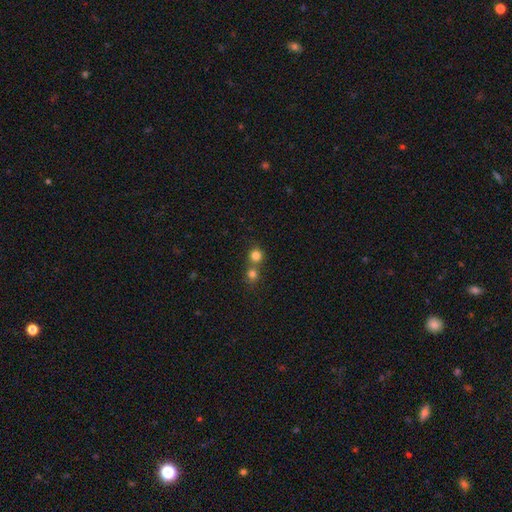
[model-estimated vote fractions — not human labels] A smooth galaxy with no disk features (79%) that is round (90%).

Vote fractions:
- Smooth or featured? smooth: 79% / star or artifact: 14% / featured or disk: 7%
- How rounded? round: 90% / in between: 9% / cigar-shaped: 1%
- Merging? none: 50% / merger: 42% / minor disturbance: 5% / major disturbance: 2%